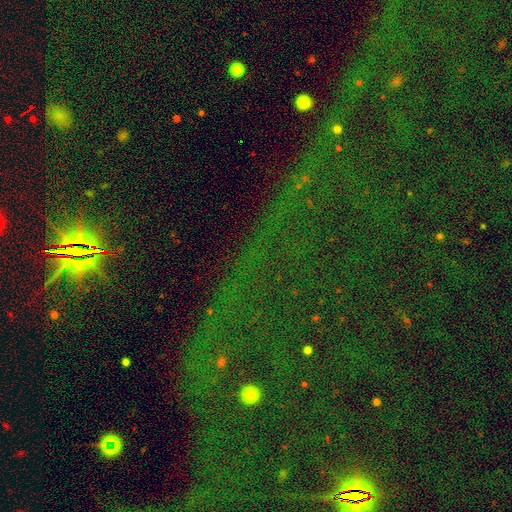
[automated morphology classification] Q: Smooth or featured?
A: star or artifact (84%); runner-up: featured or disk (8%)